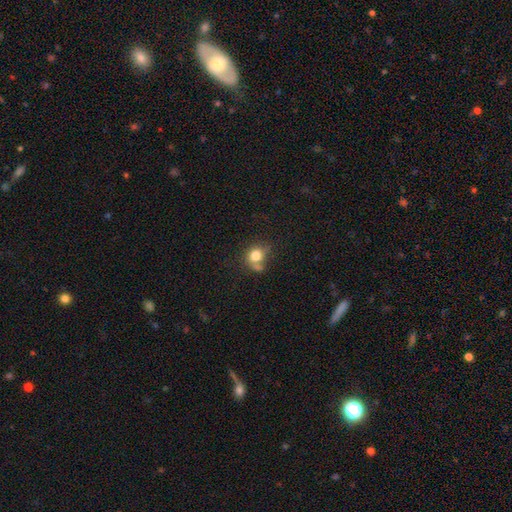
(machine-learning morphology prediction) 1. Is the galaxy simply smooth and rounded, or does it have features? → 78% smooth, 11% featured or disk, 11% star or artifact.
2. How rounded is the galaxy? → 75% round, 24% in between, 1% cigar-shaped.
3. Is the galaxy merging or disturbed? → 49% none, 22% merger, 20% minor disturbance, 10% major disturbance.